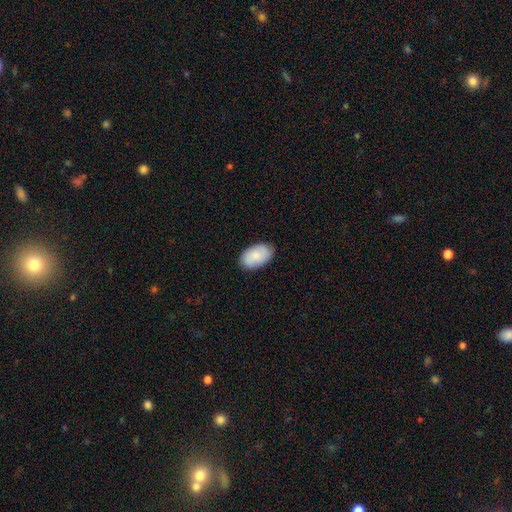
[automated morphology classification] Smooth or featured? smooth (82%)
How rounded? in between (94%)
Merging? none (86%)